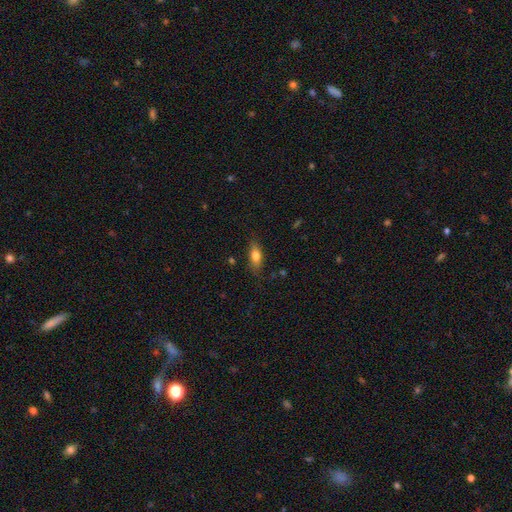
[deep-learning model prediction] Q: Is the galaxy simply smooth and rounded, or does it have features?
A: smooth — 75%.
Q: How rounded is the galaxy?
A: in between — 72%.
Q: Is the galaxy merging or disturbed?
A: none — 80%.